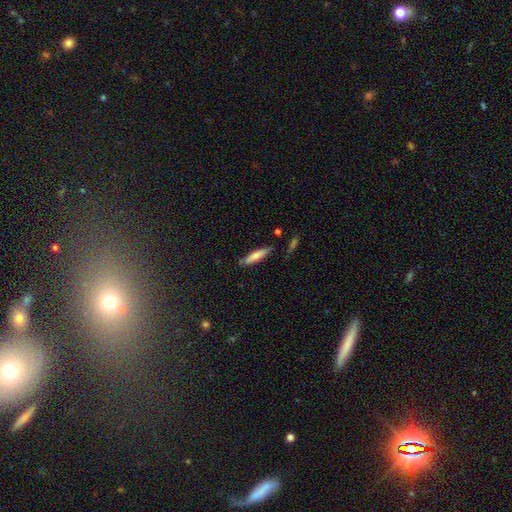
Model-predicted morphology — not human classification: smooth-or-featured: smooth: 74% | featured or disk: 19% | star or artifact: 6%
  how-rounded: cigar-shaped: 79% | in between: 19% | round: 1%
  merging: none: 77% | minor disturbance: 17% | merger: 3% | major disturbance: 3%